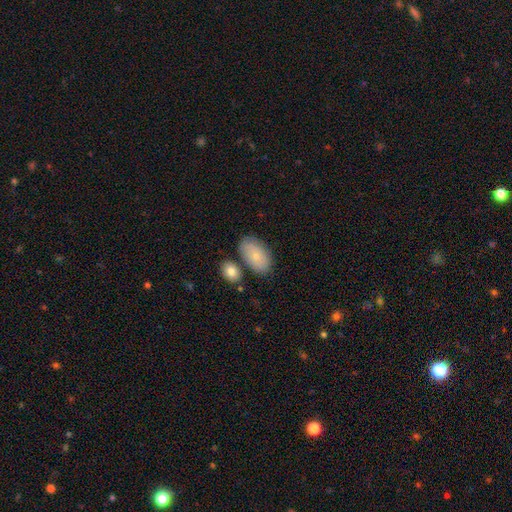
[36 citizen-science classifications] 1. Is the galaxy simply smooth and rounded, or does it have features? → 83% smooth, 17% featured or disk, 0% star or artifact.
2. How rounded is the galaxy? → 97% in between, 3% round, 0% cigar-shaped.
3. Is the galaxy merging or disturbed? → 61% none, 22% minor disturbance, 14% merger, 3% major disturbance.